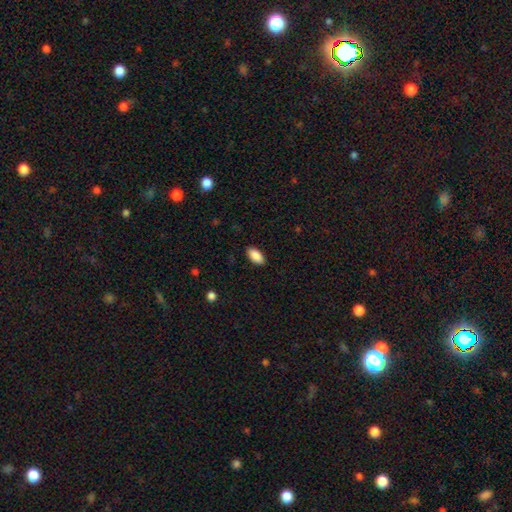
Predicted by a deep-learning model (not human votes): Overall: smooth (90%). How rounded: in between (94%). Merging: none (88%).